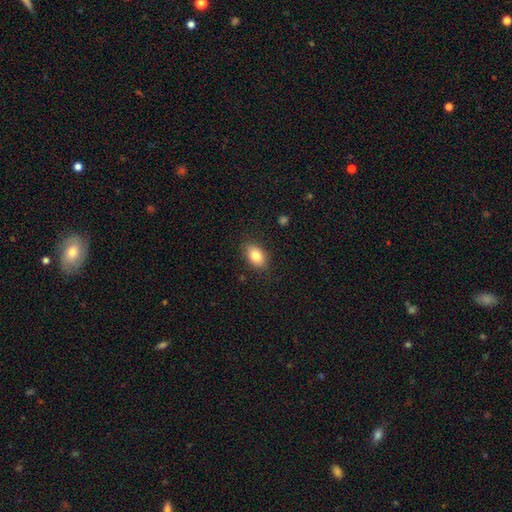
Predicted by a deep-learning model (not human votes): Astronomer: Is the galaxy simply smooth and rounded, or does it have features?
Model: smooth — 82%.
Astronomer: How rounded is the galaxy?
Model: in between — 87%.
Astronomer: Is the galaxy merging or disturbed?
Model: none — 85%.